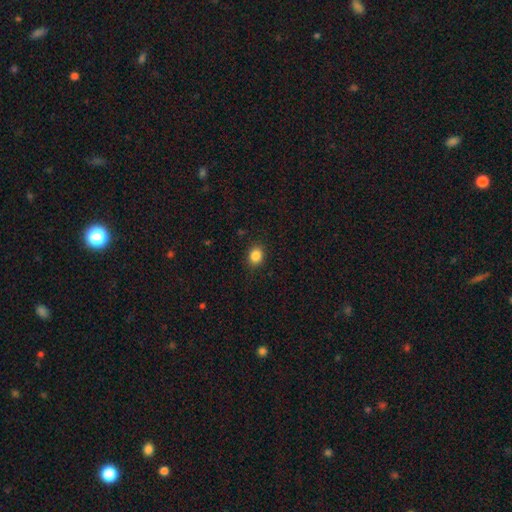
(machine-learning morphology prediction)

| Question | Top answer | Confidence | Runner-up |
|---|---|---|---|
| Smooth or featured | smooth | 85% | star or artifact (11%) |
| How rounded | round | 58% | in between (41%) |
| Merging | none | 88% | minor disturbance (8%) |